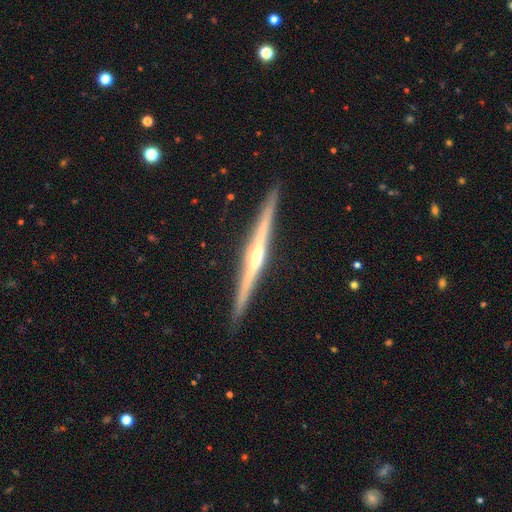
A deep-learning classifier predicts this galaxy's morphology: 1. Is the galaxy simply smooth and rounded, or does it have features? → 87% featured or disk, 8% smooth, 5% star or artifact.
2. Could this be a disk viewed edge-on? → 99% yes, 1% no.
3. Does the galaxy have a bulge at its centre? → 84% rounded, 11% none, 5% boxy.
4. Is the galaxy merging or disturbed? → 92% none, 5% minor disturbance, 1% major disturbance, 1% merger.